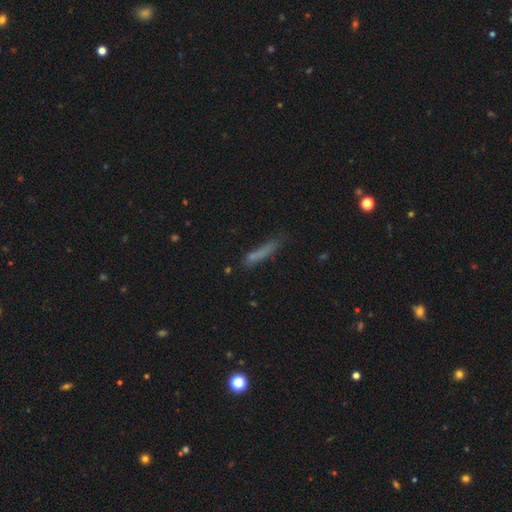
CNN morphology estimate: Smooth or featured: smooth — 69% (featured or disk — 18%)
How rounded: cigar-shaped — 90% (in between — 8%)
Merging: none — 65% (minor disturbance — 23%)